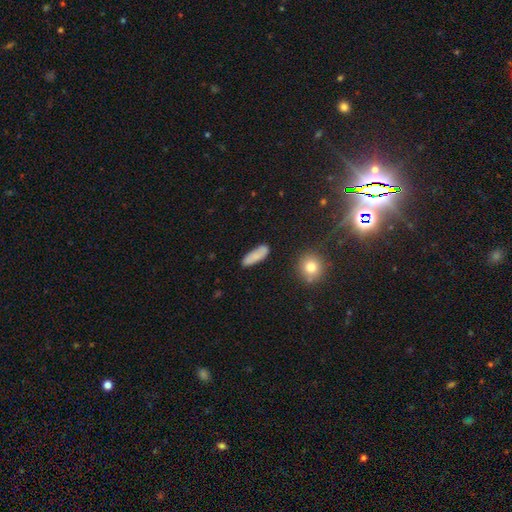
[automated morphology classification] Smooth or featured? smooth (79%)
How rounded? in between (58%)
Merging? none (78%)